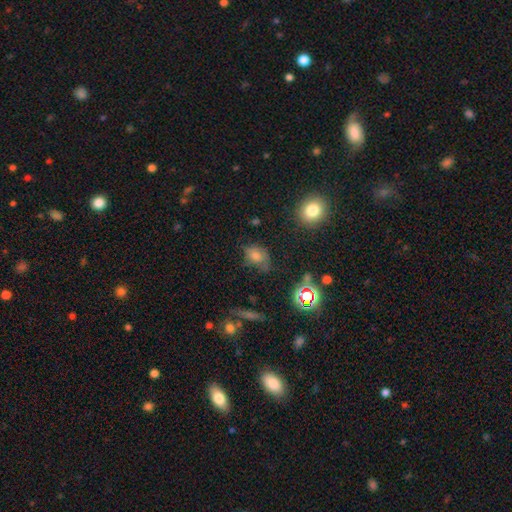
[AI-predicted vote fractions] This appears to be a smooth galaxy with no disk features (60%) that is in between round and cigar-shaped (60%). Merging: none (57%).